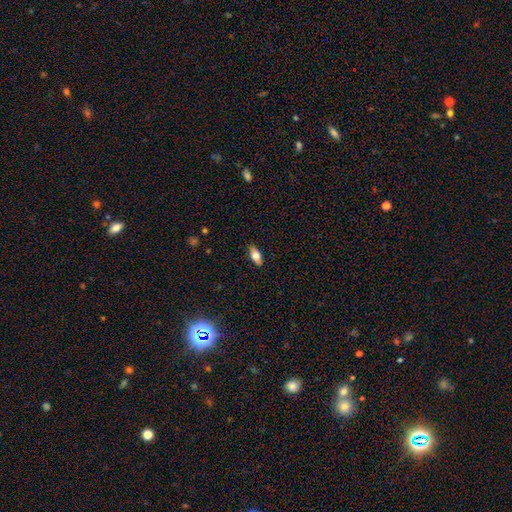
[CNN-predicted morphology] A smooth galaxy with no disk features (67%) that is in between round and cigar-shaped (83%).

Vote fractions:
- Smooth or featured? smooth: 67% / featured or disk: 26% / star or artifact: 7%
- How rounded? in between: 83% / cigar-shaped: 14% / round: 3%
- Merging? none: 88% / minor disturbance: 9% / major disturbance: 2% / merger: 1%